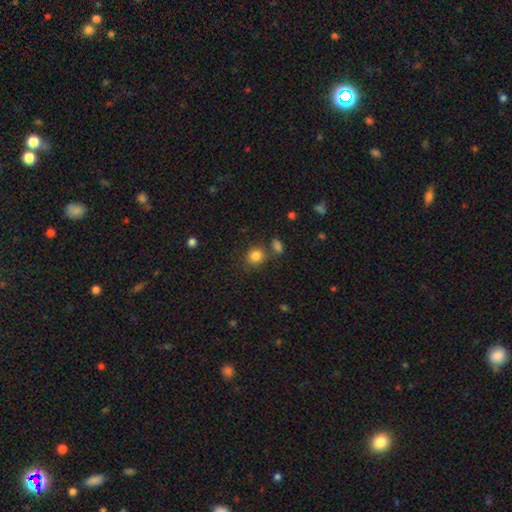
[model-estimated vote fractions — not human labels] Q: Smooth or featured?
A: smooth (83%); runner-up: star or artifact (11%)
Q: How rounded?
A: round (79%); runner-up: in between (20%)
Q: Merging?
A: none (70%); runner-up: merger (14%)